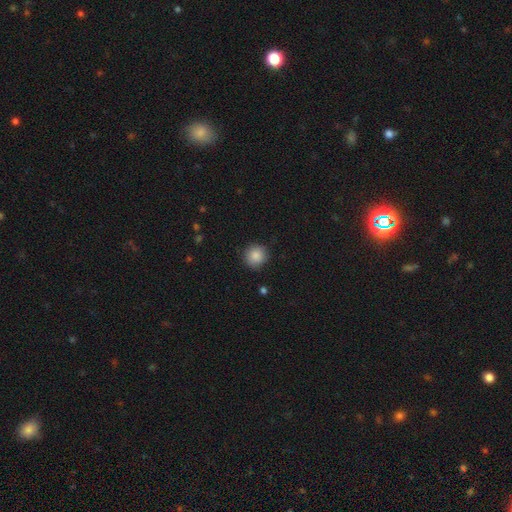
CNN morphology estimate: A smooth galaxy with no disk features (87%) that is round (93%).

Vote fractions:
- Smooth or featured? smooth: 87% / star or artifact: 9% / featured or disk: 4%
- How rounded? round: 93% / in between: 6% / cigar-shaped: 1%
- Merging? none: 86% / minor disturbance: 10% / major disturbance: 2% / merger: 1%